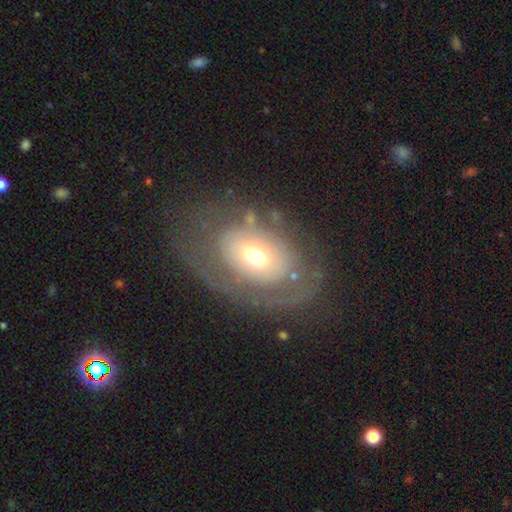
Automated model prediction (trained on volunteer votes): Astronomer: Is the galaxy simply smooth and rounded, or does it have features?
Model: featured or disk — 60%.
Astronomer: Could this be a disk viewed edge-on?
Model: no — 92%.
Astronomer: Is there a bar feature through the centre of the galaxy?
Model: no — 84%.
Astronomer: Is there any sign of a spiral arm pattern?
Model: no — 56% (runner-up: yes, 44%).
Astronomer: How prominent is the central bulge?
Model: moderate — 61%.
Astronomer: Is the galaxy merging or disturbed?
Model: none — 61%.